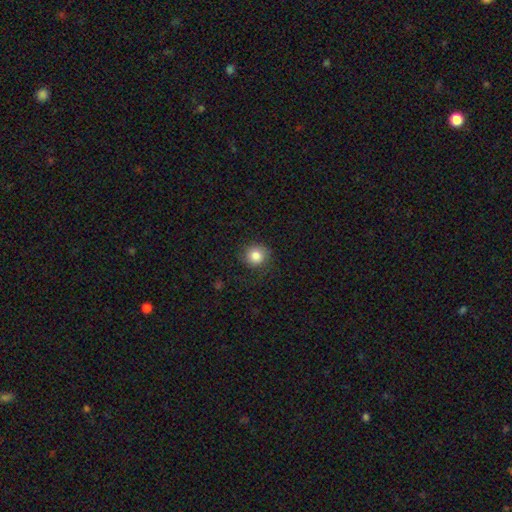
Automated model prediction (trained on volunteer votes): smooth_or_featured: smooth (p=0.84) [alt: star or artifact p=0.10]
how_rounded: round (p=0.89) [alt: in between p=0.10]
merging: none (p=0.83) [alt: minor disturbance p=0.11]